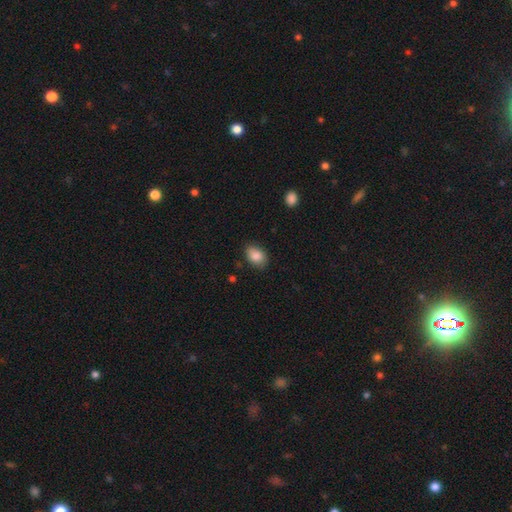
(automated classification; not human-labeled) Smooth or featured?
  - smooth: 87% *
  - star or artifact: 8%
  - featured or disk: 5%
How rounded?
  - in between: 80% *
  - round: 19%
  - cigar-shaped: 1%
Merging?
  - none: 81% *
  - minor disturbance: 15%
  - major disturbance: 3%
  - merger: 1%